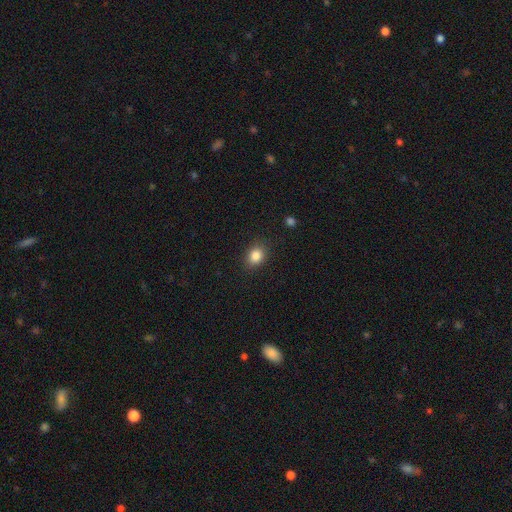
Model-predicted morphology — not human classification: Smooth or featured? smooth (84%)
How rounded? in between (52%)
Merging? none (86%)